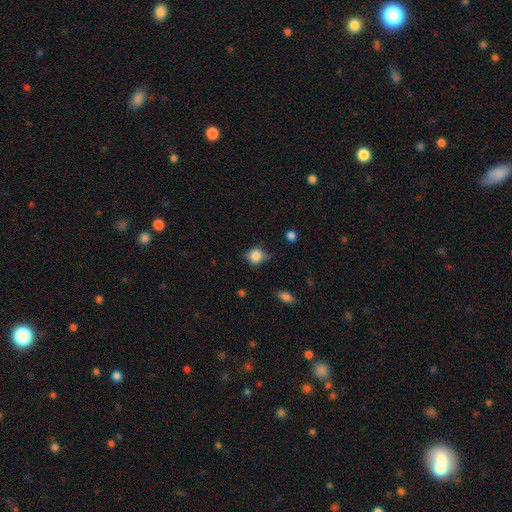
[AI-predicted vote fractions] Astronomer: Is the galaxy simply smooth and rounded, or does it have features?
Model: smooth — 79%.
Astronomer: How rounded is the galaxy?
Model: round — 73%.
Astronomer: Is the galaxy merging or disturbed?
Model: none — 57%.